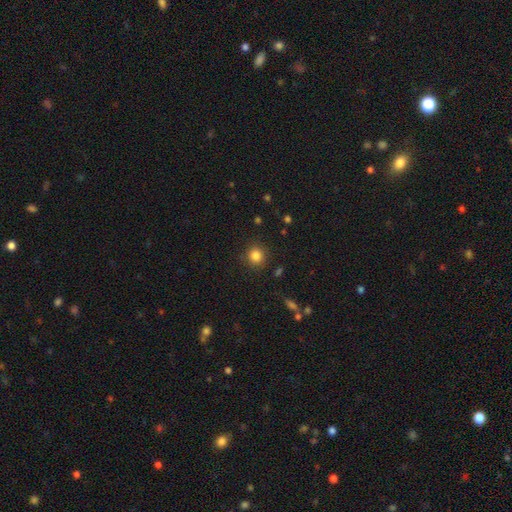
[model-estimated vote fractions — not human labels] Smooth or featured? smooth (84%)
How rounded? round (90%)
Merging? none (88%)